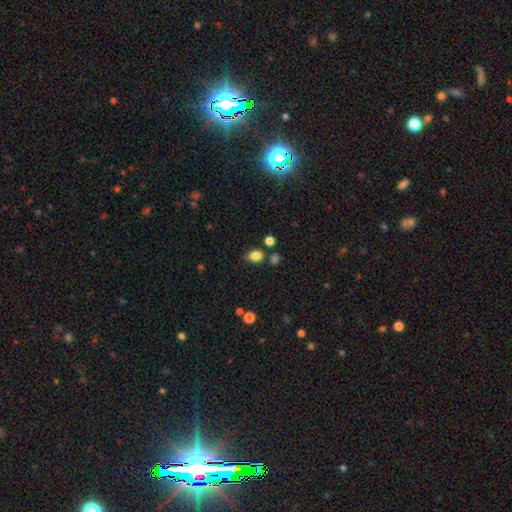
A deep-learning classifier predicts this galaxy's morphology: Smooth or featured? Predicted: smooth (p=0.83). How rounded? Predicted: round (p=0.52). Merging? Predicted: none (p=0.65).